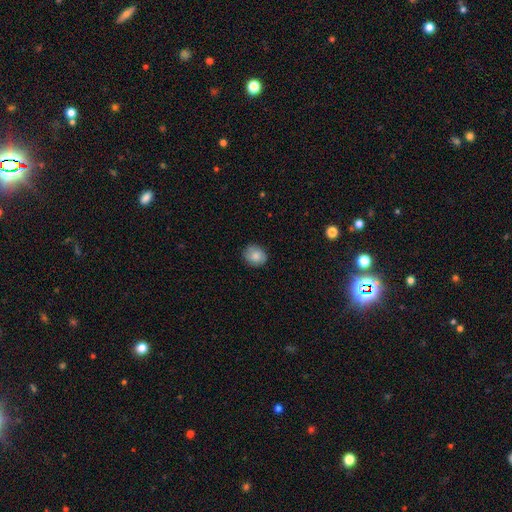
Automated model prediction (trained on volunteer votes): A smooth galaxy with no disk features (81%) that is round (71%).

Vote fractions:
- Smooth or featured? smooth: 81% / featured or disk: 11% / star or artifact: 8%
- How rounded? round: 71% / in between: 28% / cigar-shaped: 1%
- Merging? none: 85% / minor disturbance: 12% / major disturbance: 2% / merger: 1%